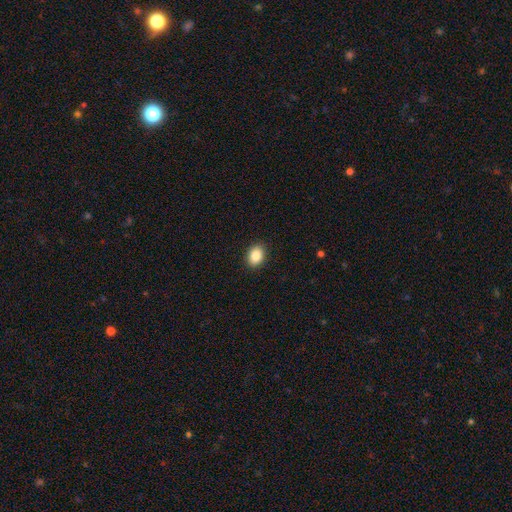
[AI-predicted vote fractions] This is clearly a smooth galaxy (87%). How rounded: likely in between (71%). Merging: clearly none (90%).